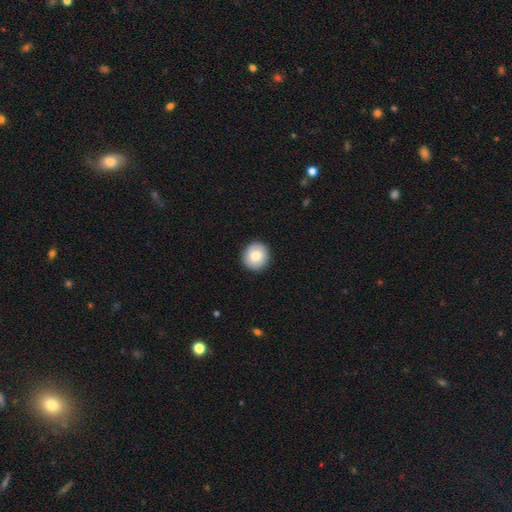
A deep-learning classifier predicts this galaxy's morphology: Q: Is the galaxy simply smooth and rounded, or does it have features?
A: smooth — 78%.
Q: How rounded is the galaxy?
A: round — 92%.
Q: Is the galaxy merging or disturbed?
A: none — 91%.